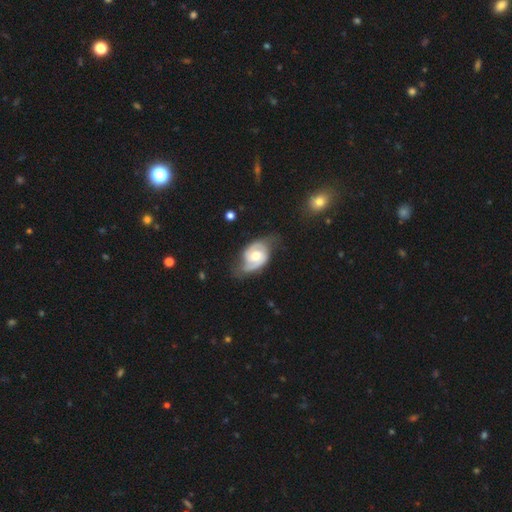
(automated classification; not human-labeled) Overall: featured or disk (83%). Edge-on disk: no (97%). Bar: no (55%; weak 36%). Spiral arms: yes (94%). Spiral arm count: 2 (86%). Spiral winding: medium (46%; tight 37%). Bulge size: moderate (70%). Merging: none (62%; minor disturbance 26%).